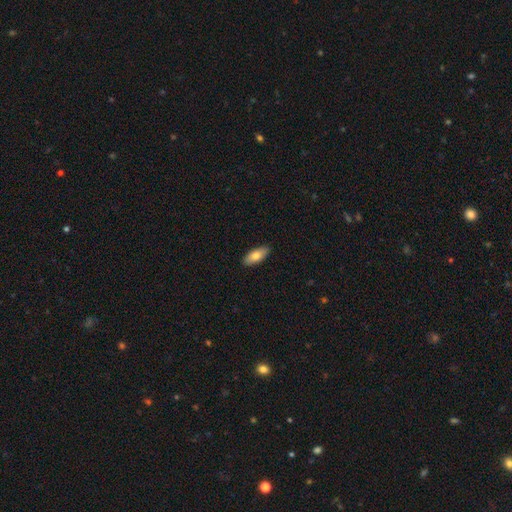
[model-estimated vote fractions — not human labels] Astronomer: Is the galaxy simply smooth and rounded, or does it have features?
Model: smooth — 77%.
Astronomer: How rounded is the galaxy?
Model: in between — 83%.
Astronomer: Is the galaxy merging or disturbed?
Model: none — 89%.